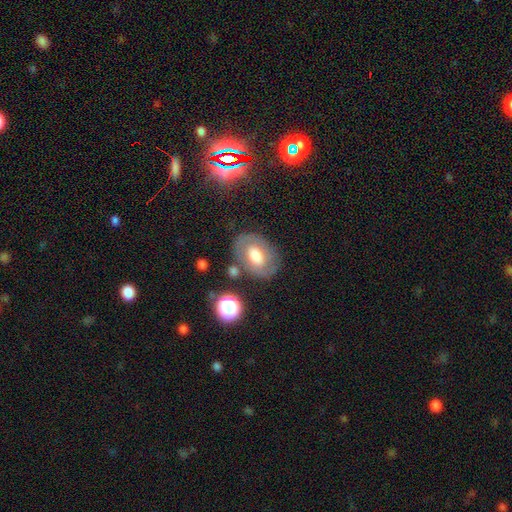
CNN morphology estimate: Overall: smooth (48%; featured or disk 43%). Merging: none (73%).